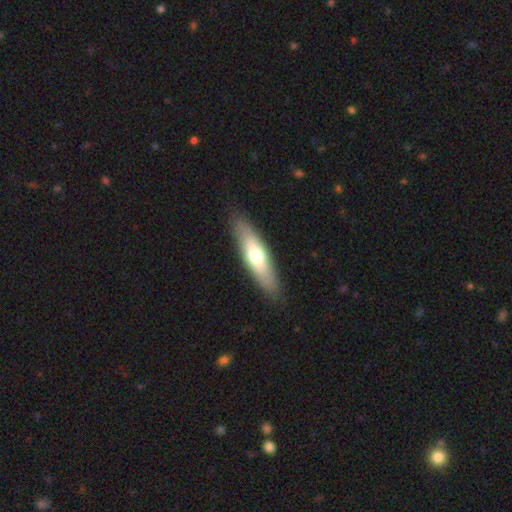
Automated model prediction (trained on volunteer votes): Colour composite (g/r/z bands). It shows a smooth galaxy with no disk features (58%) that is cigar-shaped (58%). Merging: none (87%).